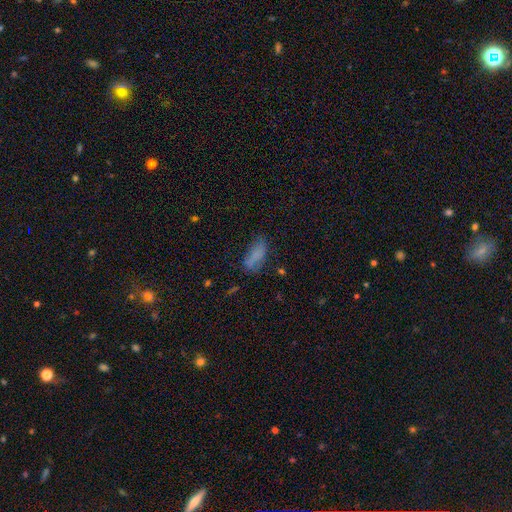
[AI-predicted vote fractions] smooth-or-featured: smooth: 72% | featured or disk: 16% | star or artifact: 12%
  how-rounded: in between: 76% | cigar-shaped: 21% | round: 3%
  merging: none: 54% | minor disturbance: 28% | major disturbance: 14% | merger: 5%